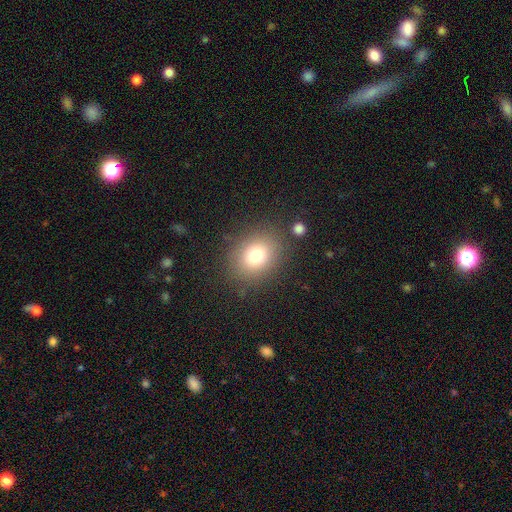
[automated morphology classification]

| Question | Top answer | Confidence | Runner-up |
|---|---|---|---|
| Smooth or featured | smooth | 75% | star or artifact (14%) |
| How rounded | round | 57% | in between (42%) |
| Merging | none | 82% | minor disturbance (10%) |